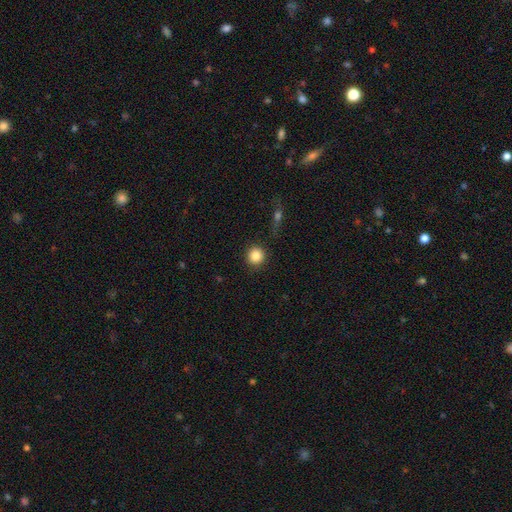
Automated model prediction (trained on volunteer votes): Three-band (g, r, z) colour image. It shows a smooth galaxy with no disk features (86%) that is round (93%). Merging: none (88%).